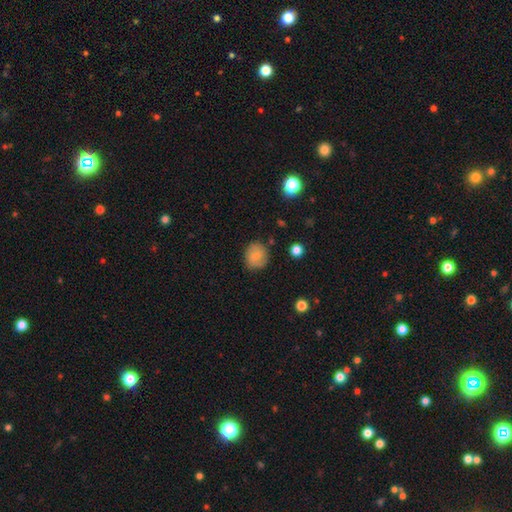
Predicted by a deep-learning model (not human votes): A smooth galaxy with no disk features (65%) that is round (78%). Merging: none (79%).